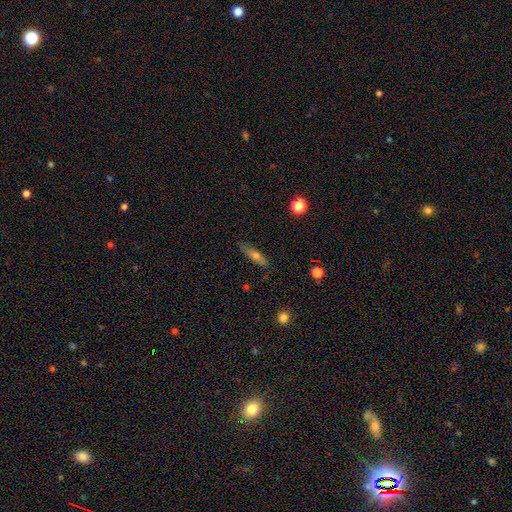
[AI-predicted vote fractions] smooth_or_featured: smooth (p=0.53) [alt: featured or disk p=0.38]
how_rounded: cigar-shaped (p=0.74) [alt: in between p=0.22]
merging: none (p=0.82) [alt: minor disturbance p=0.14]